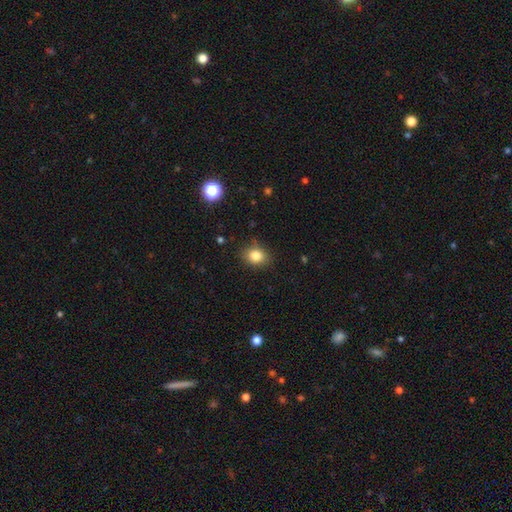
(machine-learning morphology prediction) smooth-or-featured: smooth: 83% | star or artifact: 11% | featured or disk: 6%
  how-rounded: round: 50% | in between: 49% | cigar-shaped: 1%
  merging: none: 82% | minor disturbance: 13% | major disturbance: 3% | merger: 1%